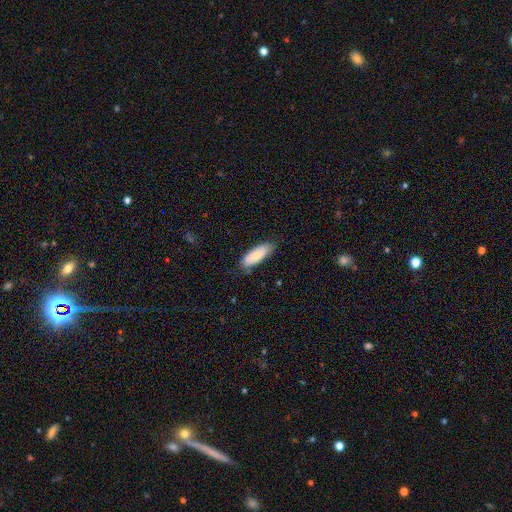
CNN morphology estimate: Smooth or featured? Predicted: smooth (p=0.81). How rounded? Predicted: in between (p=0.68). Merging? Predicted: none (p=0.76).